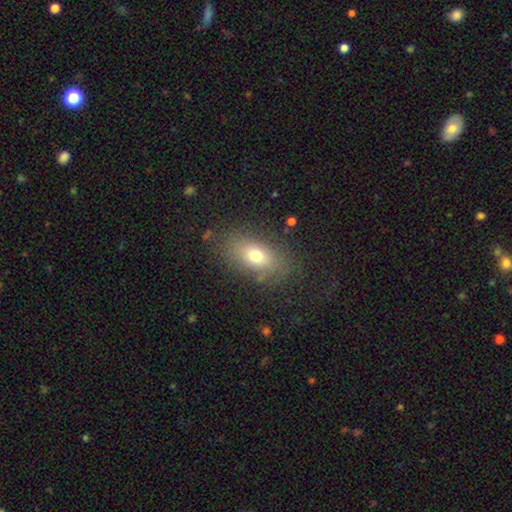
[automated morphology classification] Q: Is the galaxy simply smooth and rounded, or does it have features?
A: smooth — 71%.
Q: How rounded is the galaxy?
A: in between — 84%.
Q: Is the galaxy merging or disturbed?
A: none — 80%.